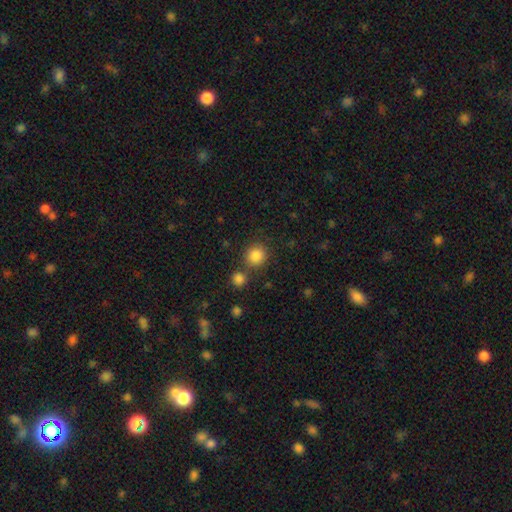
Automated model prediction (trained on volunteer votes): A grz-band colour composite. It shows a smooth galaxy with no disk features (85%) that is round (88%). Merging: none (74%).